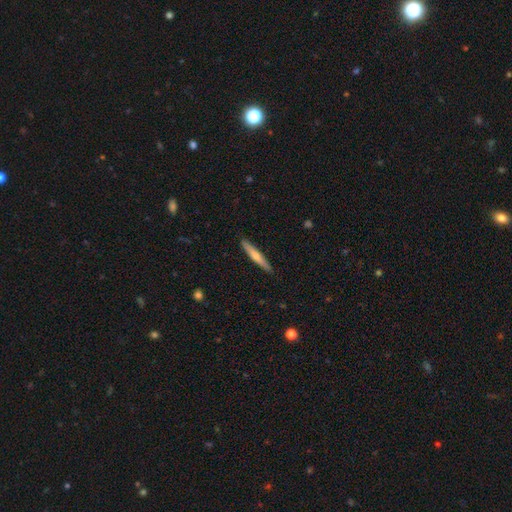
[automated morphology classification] smooth 54%, featured or disk 41%, star or artifact 5%. Down the decision tree: how rounded — cigar-shaped (94%); merging — none (91%).